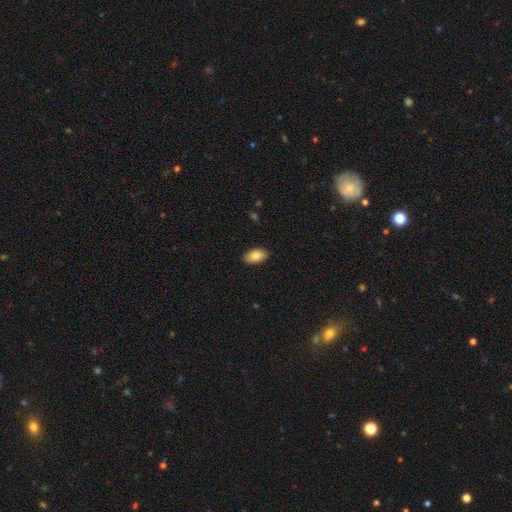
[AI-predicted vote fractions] Smooth or featured? Predicted: smooth (p=0.85). How rounded? Predicted: in between (p=0.93). Merging? Predicted: none (p=0.88).